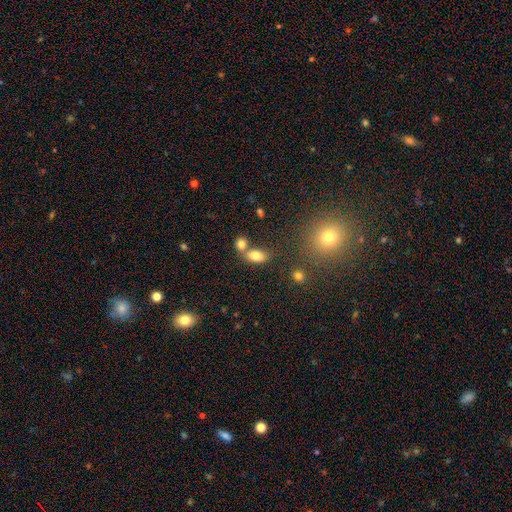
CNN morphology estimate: The model was most divided on "merging": none: 48%, merger: 38%, minor disturbance: 11%, major disturbance: 4%. More confident: how rounded — in between (84%); smooth or featured — smooth (80%).